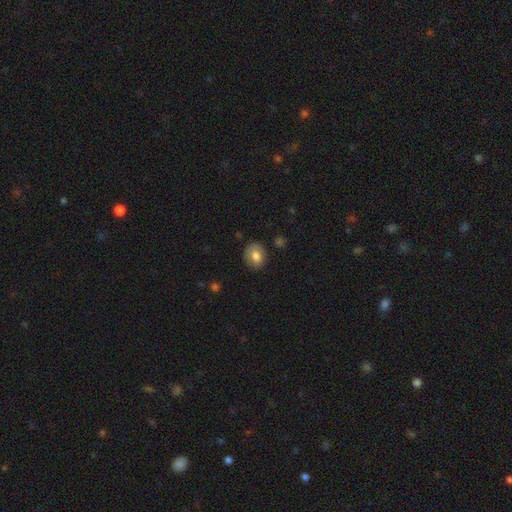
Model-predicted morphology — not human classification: type=smooth (80%); roundness=round (50%); merging=none (80%).